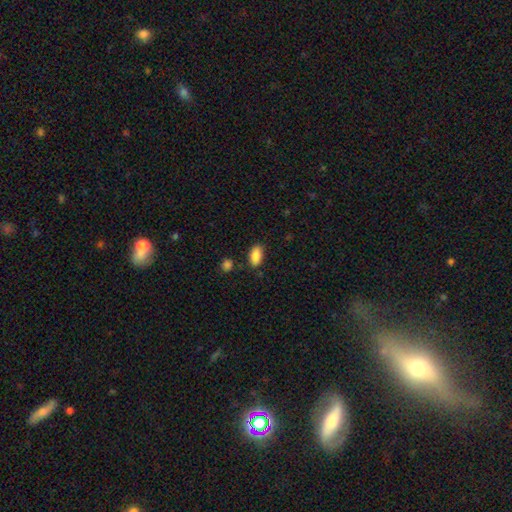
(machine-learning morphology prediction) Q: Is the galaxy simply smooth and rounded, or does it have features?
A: smooth — 88%.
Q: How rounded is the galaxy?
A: in between — 91%.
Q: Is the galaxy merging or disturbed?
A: none — 81%.